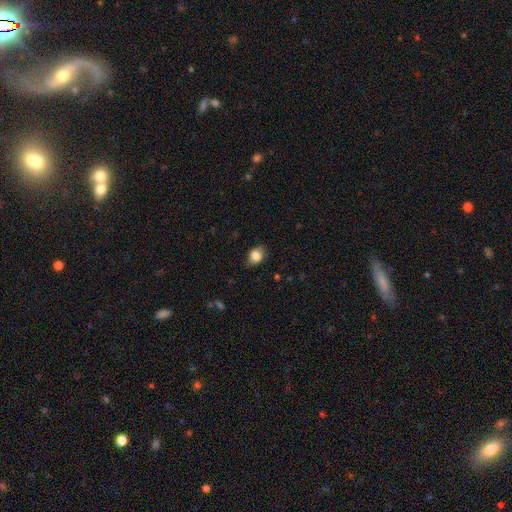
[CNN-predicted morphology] Smooth or featured? smooth (82%)
How rounded? in between (68%)
Merging? none (80%)